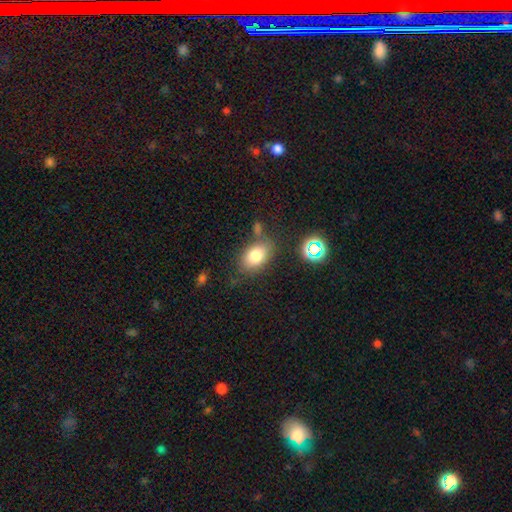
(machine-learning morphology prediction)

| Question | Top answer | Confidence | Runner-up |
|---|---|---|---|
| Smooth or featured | smooth | 77% | featured or disk (12%) |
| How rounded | in between | 82% | round (16%) |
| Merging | none | 71% | minor disturbance (16%) |